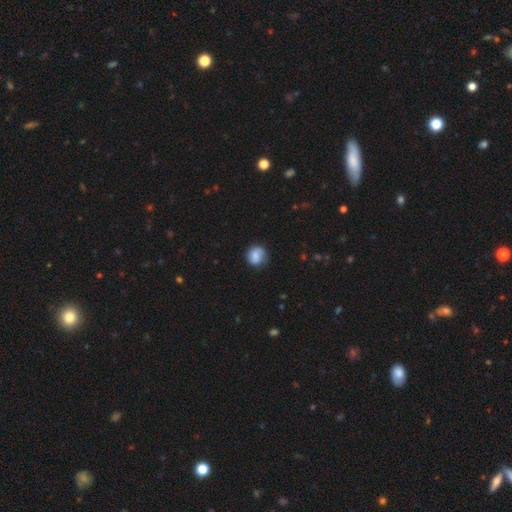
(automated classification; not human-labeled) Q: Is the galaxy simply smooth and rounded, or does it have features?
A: smooth — 76%.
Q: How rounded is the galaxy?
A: round — 82%.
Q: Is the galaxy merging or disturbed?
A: none — 70%.